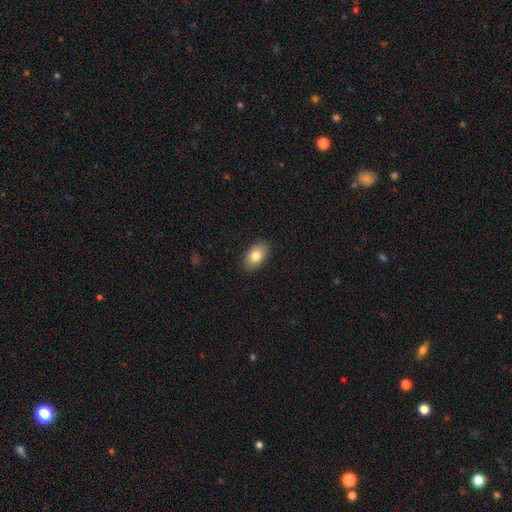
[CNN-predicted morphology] The model was most divided on "smooth or featured": smooth: 80%, featured or disk: 12%, star or artifact: 7%. More confident: how rounded — in between (91%); merging — none (88%).